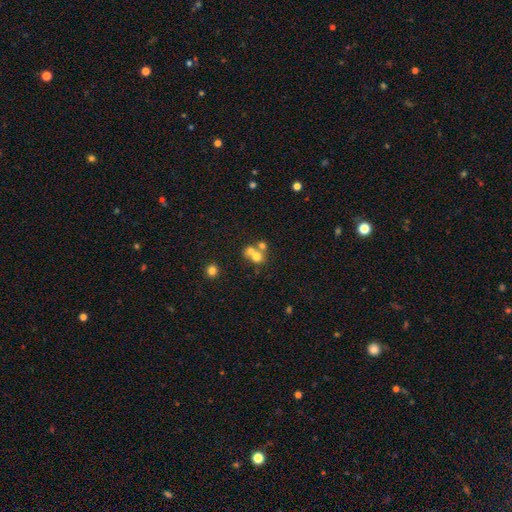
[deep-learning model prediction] smooth-or-featured: smooth: 64% | featured or disk: 22% | star or artifact: 14%
  how-rounded: round: 77% | in between: 22% | cigar-shaped: 1%
  merging: merger: 60% | none: 30% | minor disturbance: 6% | major disturbance: 4%